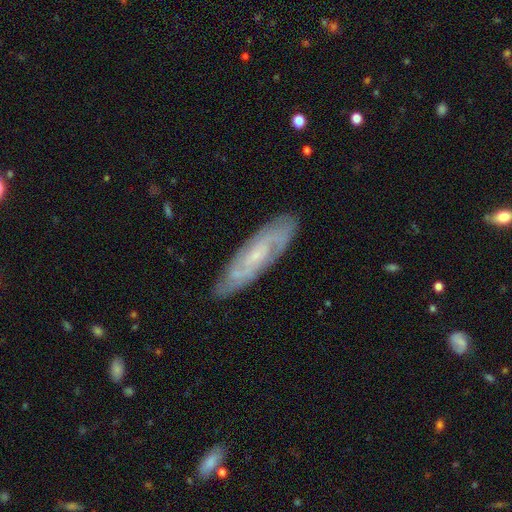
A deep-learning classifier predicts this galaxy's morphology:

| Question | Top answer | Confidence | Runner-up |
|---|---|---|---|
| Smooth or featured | featured or disk | 75% | smooth (18%) |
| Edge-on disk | no | 79% | yes (21%) |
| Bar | no | 53% | weak (38%) |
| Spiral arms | yes | 92% | no (8%) |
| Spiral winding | tight | 55% | medium (35%) |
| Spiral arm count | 2 | 40% | can't tell (37%) |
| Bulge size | small | 69% | moderate (19%) |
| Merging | none | 82% | minor disturbance (14%) |